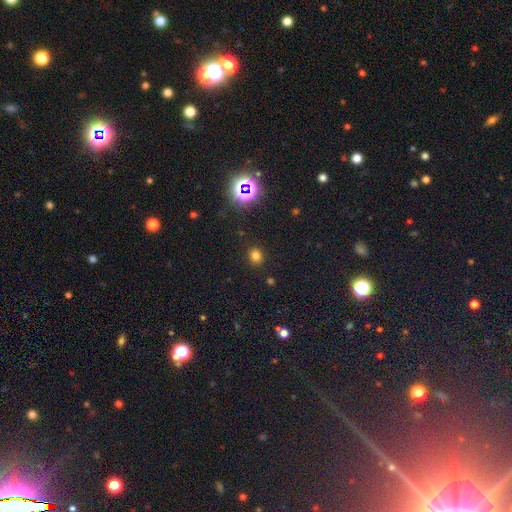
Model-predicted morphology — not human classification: This is likely a smooth galaxy (74%). How rounded: likely round (72%). Merging: clearly none (88%).